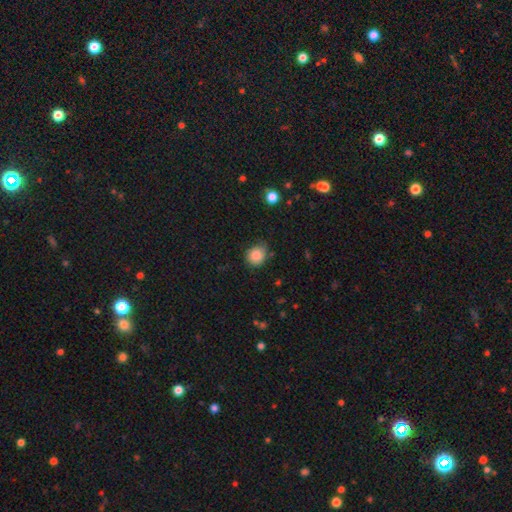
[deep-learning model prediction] A smooth galaxy with no disk features (84%) that is round (78%). Merging: none (71%).